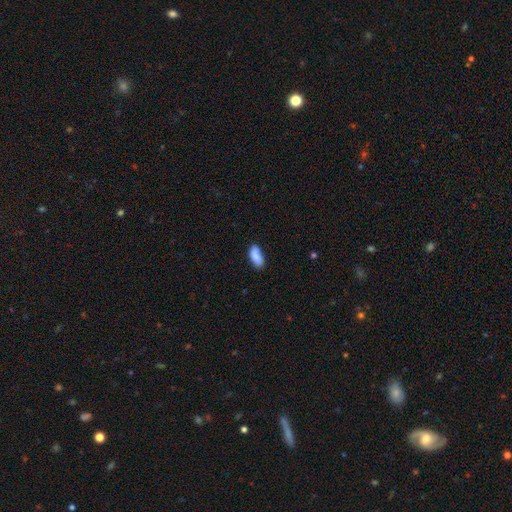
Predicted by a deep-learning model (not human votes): Smooth or featured? smooth (86%)
How rounded? in between (88%)
Merging? none (70%)